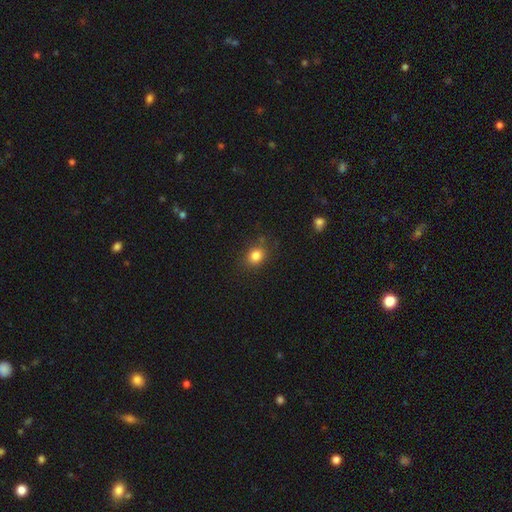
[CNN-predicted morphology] smooth 83%, star or artifact 11%, featured or disk 6%. Down the decision tree: how rounded — round (58%); merging — none (81%).